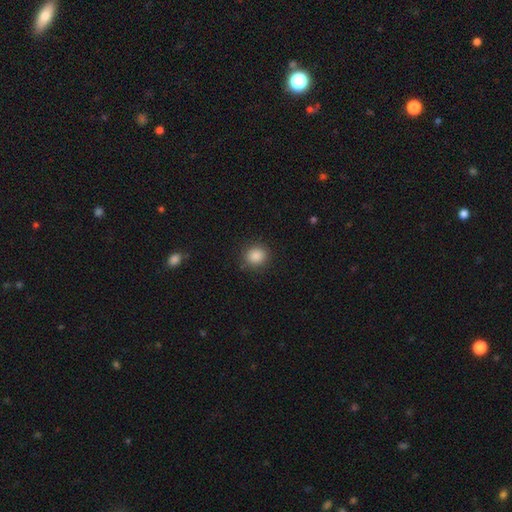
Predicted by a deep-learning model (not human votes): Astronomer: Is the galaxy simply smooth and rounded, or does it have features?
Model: smooth — 87%.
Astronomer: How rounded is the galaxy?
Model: round — 86%.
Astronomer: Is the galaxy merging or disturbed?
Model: none — 89%.